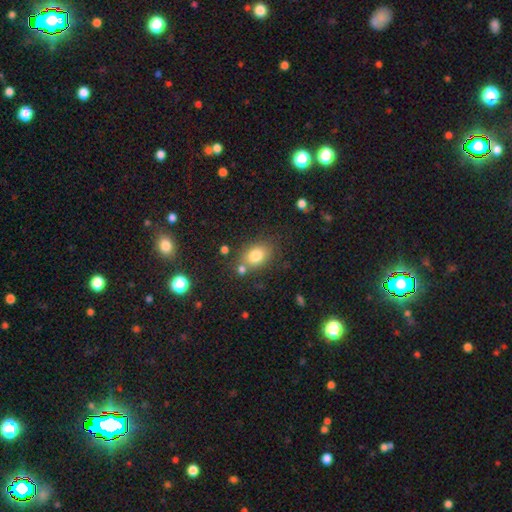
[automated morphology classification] A smooth galaxy with no disk features (80%) that is in between round and cigar-shaped (70%).

Vote fractions:
- Smooth or featured? smooth: 80% / star or artifact: 11% / featured or disk: 10%
- How rounded? in between: 70% / round: 29% / cigar-shaped: 1%
- Merging? none: 68% / minor disturbance: 15% / merger: 13% / major disturbance: 5%